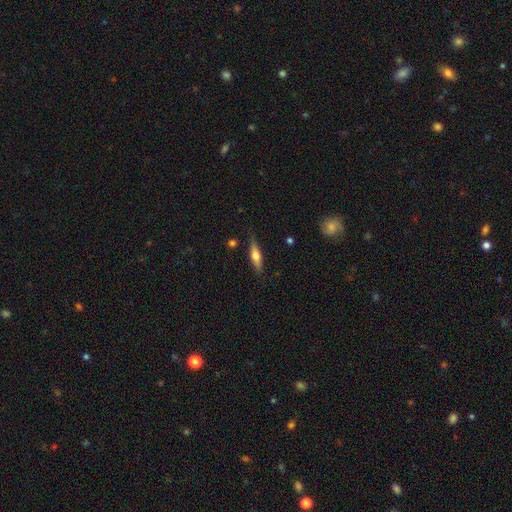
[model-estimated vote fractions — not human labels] Q: Smooth or featured?
A: featured or disk (48%); runner-up: smooth (46%)
Q: Merging?
A: none (83%); runner-up: minor disturbance (12%)